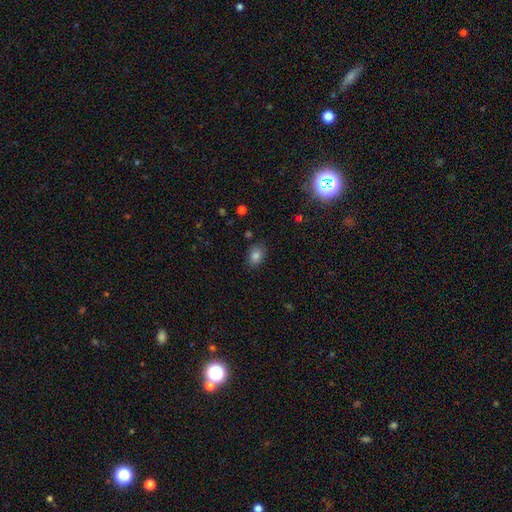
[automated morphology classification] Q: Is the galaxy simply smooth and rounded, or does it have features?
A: smooth — 82%.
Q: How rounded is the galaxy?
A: in between — 78%.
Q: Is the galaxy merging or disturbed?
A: none — 79%.